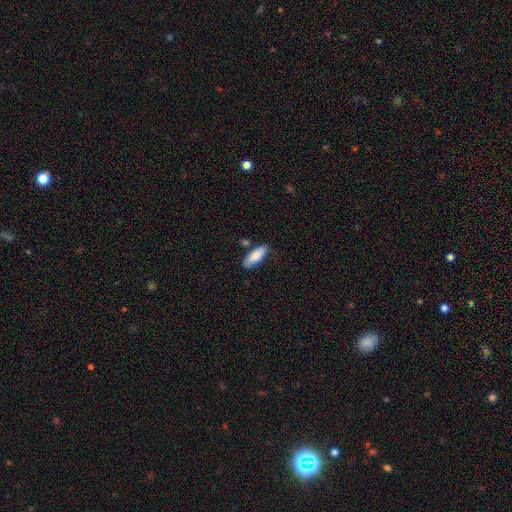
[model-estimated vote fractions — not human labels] This appears to be a smooth galaxy with no disk features (83%) that is in between round and cigar-shaped (75%). Merging: none (69%).